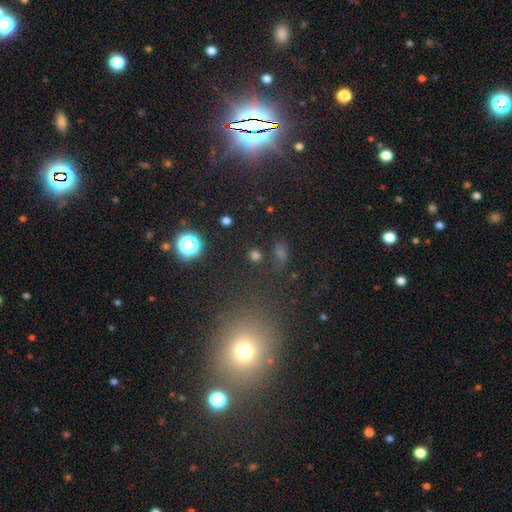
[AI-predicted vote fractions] Smooth or featured: smooth — 51% (star or artifact — 39%)
How rounded: round — 50% (in between — 45%)
Merging: none — 74% (minor disturbance — 12%)